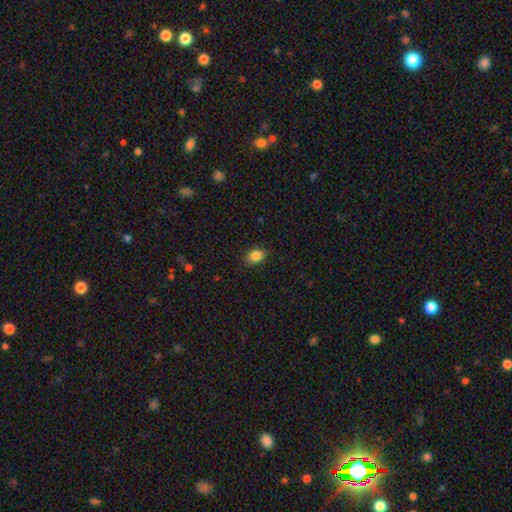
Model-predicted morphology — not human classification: This appears to be a smooth galaxy with no disk features (85%) that is in between round and cigar-shaped (74%). Merging: none (86%).